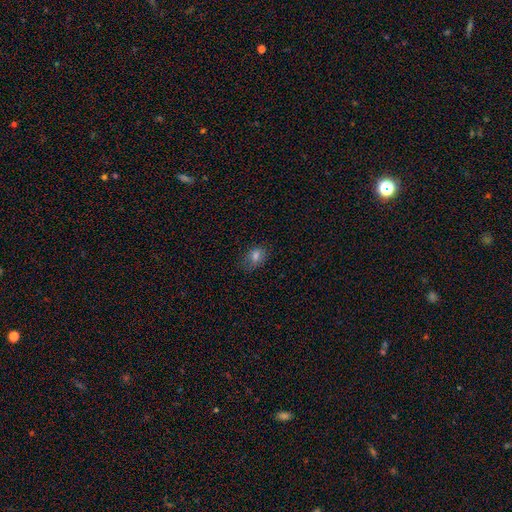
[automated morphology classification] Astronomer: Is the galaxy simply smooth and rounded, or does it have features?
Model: smooth — 74%.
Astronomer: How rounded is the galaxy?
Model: in between — 75%.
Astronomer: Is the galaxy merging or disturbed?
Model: none — 69%.